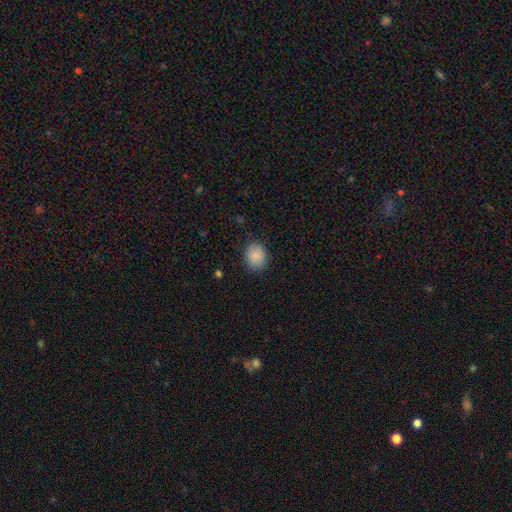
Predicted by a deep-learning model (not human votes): Q: Smooth or featured?
A: smooth (87%); runner-up: star or artifact (8%)
Q: How rounded?
A: round (59%); runner-up: in between (41%)
Q: Merging?
A: none (82%); runner-up: minor disturbance (13%)